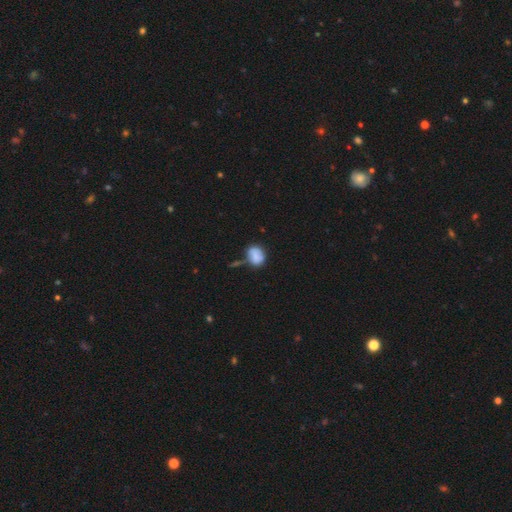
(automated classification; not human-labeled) A smooth galaxy with no disk features (75%) that is in between round and cigar-shaped (58%). Merging: none (45%).